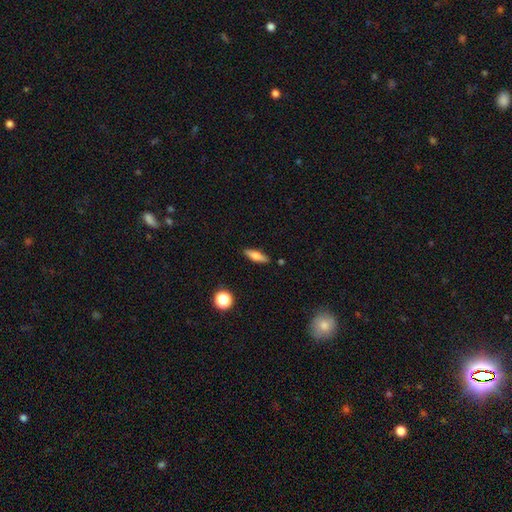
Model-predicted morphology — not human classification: Smooth or featured: smooth — 65% (featured or disk — 27%)
How rounded: cigar-shaped — 54% (in between — 42%)
Merging: none — 87% (minor disturbance — 9%)